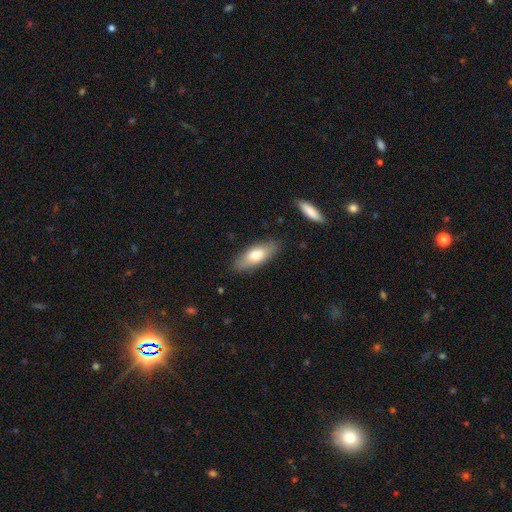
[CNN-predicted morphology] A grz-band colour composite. It shows a smooth galaxy with no disk features (70%) that is in between round and cigar-shaped (71%). Merging: none (83%).